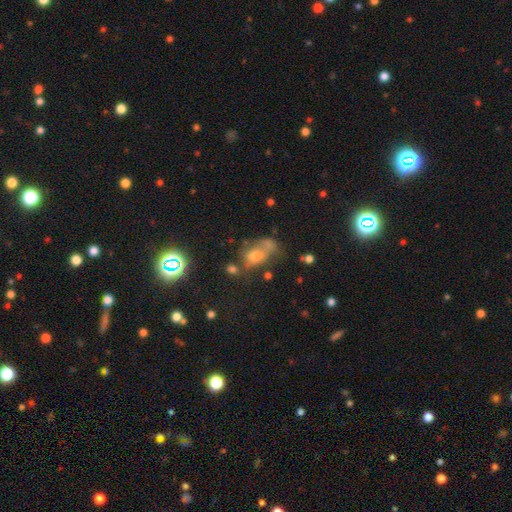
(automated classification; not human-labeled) Q: Smooth or featured?
A: smooth (46%); runner-up: star or artifact (28%)
Q: Merging?
A: none (31%); runner-up: merger (24%)